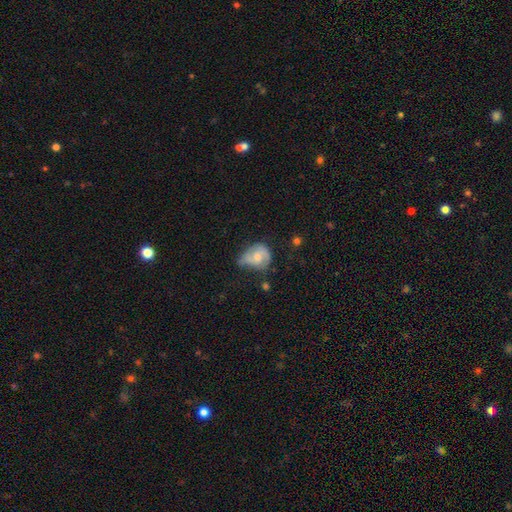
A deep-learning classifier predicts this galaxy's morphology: The model was most divided on "how rounded": round: 50%, in between: 49%, cigar-shaped: 1%. Remaining: smooth or featured — smooth (53%); merging — minor disturbance (39%).